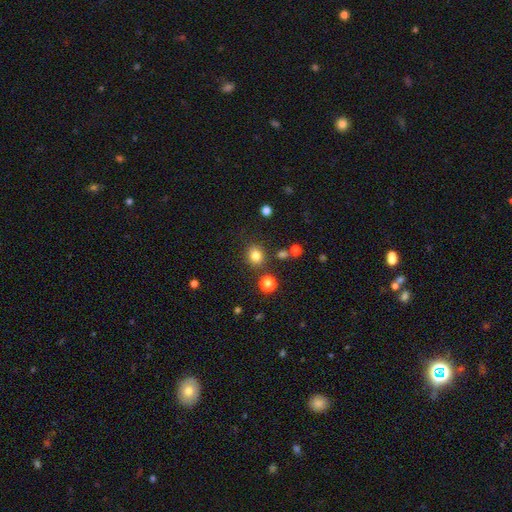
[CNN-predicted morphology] The model was most divided on "how rounded": round: 75%, in between: 24%, cigar-shaped: 1%. More confident: merging — none (82%); smooth or featured — smooth (81%).